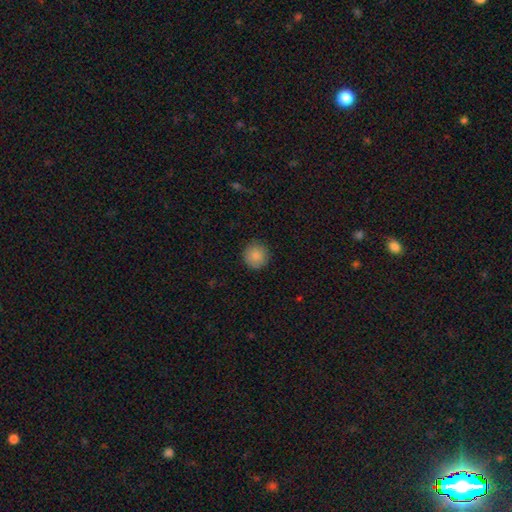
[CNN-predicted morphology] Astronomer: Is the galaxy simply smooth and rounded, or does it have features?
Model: smooth — 87%.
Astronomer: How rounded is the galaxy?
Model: round — 95%.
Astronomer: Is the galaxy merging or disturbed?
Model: none — 90%.